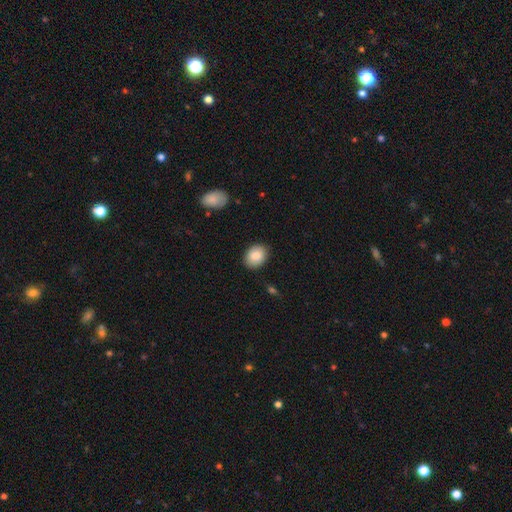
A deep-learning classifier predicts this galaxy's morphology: This is clearly a smooth galaxy (85%). How rounded: likely in between (60%). Merging: clearly none (88%).